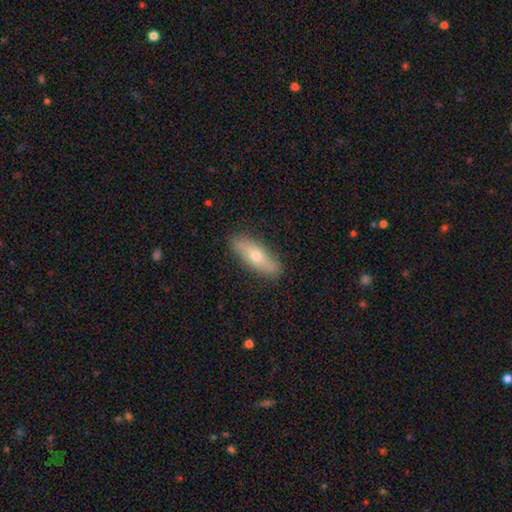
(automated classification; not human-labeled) This is likely a smooth galaxy (60%). How rounded: possibly in between (51%). Merging: clearly none (88%).